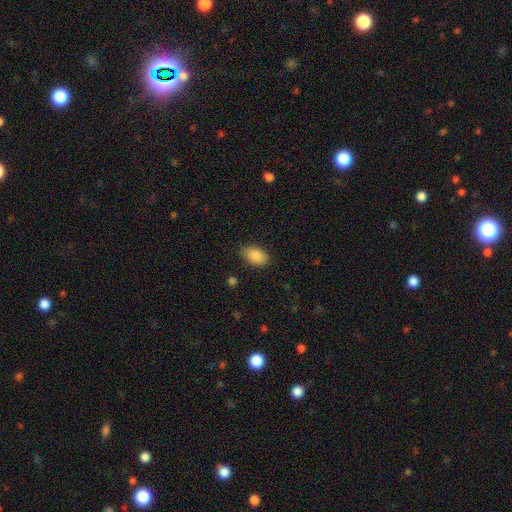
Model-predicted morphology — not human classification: Smooth or featured?
  - smooth: 88% *
  - star or artifact: 7%
  - featured or disk: 5%
How rounded?
  - in between: 90% *
  - round: 9%
  - cigar-shaped: 1%
Merging?
  - none: 82% *
  - minor disturbance: 14%
  - major disturbance: 3%
  - merger: 1%